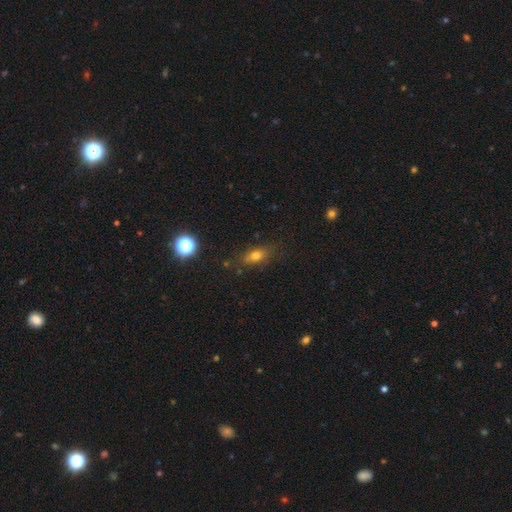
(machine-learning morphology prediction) smooth-or-featured: smooth: 68% | star or artifact: 17% | featured or disk: 15%
  how-rounded: in between: 68% | round: 20% | cigar-shaped: 12%
  merging: none: 74% | minor disturbance: 18% | major disturbance: 6% | merger: 3%